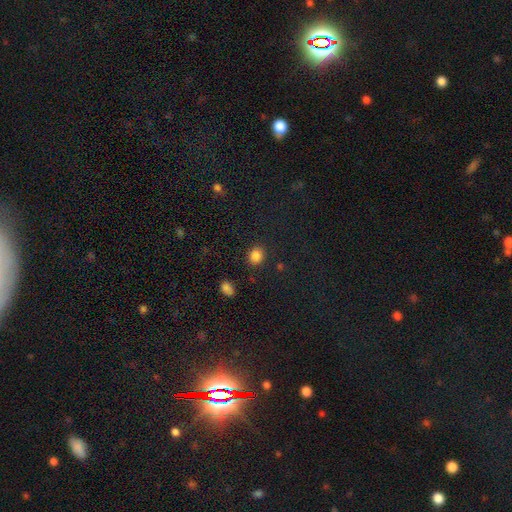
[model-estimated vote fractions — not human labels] The model was most divided on "how rounded": round: 61%, in between: 38%, cigar-shaped: 1%. More confident: merging — none (85%); smooth or featured — smooth (85%).